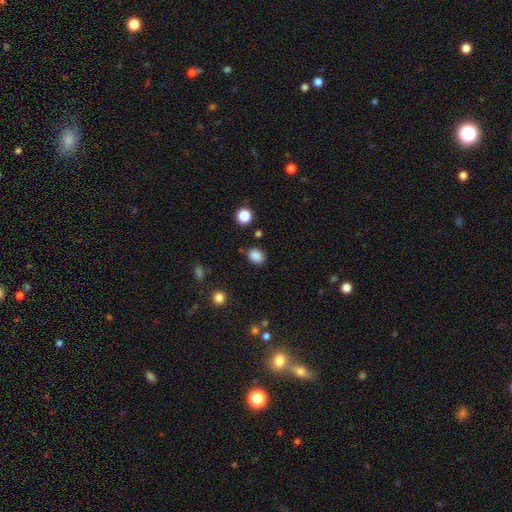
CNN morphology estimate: Smooth or featured? smooth (86%)
How rounded? in between (62%)
Merging? none (82%)